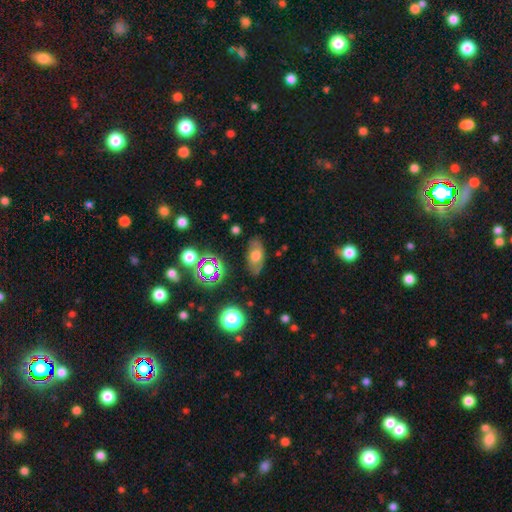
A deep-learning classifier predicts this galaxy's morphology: A smooth galaxy with no disk features (57%) that is in between round and cigar-shaped (87%). Merging: none (78%).